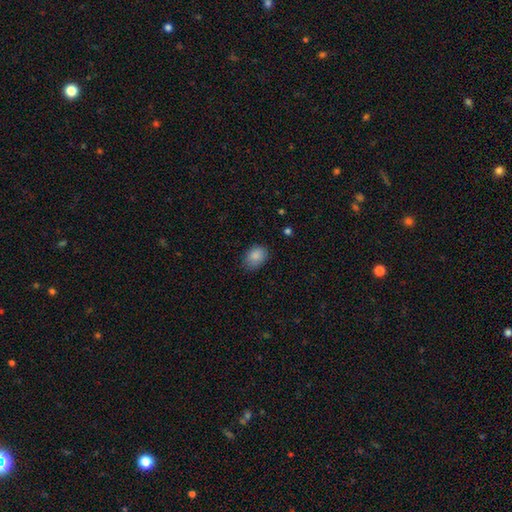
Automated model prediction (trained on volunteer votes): This is clearly a smooth galaxy (86%). How rounded: likely in between (75%). Merging: likely none (77%).